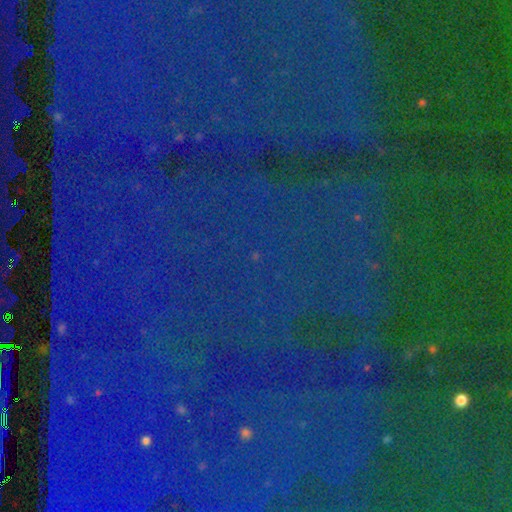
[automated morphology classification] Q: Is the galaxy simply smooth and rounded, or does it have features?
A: star or artifact — 85%.